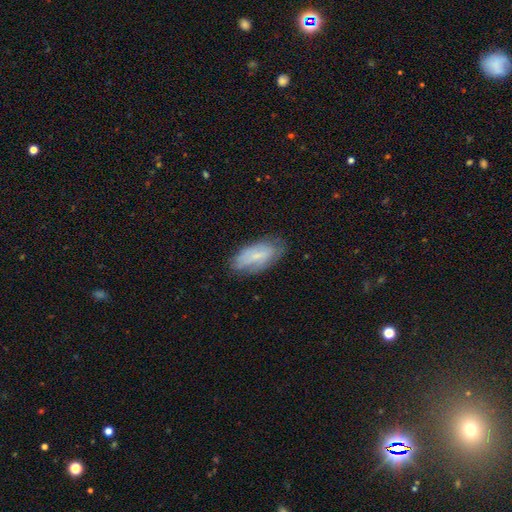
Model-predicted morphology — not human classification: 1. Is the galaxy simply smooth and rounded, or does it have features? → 55% smooth, 37% featured or disk, 8% star or artifact.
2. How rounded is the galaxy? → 87% in between, 10% cigar-shaped, 3% round.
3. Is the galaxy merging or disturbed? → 70% none, 23% minor disturbance, 6% major disturbance, 1% merger.